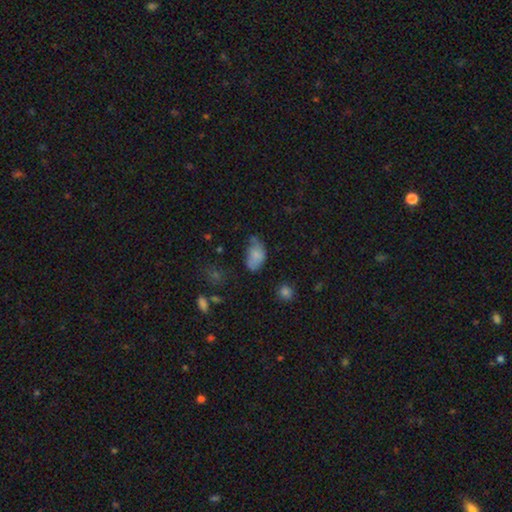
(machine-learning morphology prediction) The model was most divided on "merging": none: 42%, minor disturbance: 38%, major disturbance: 14%, merger: 6%. More confident: how rounded — in between (90%); smooth or featured — smooth (77%).